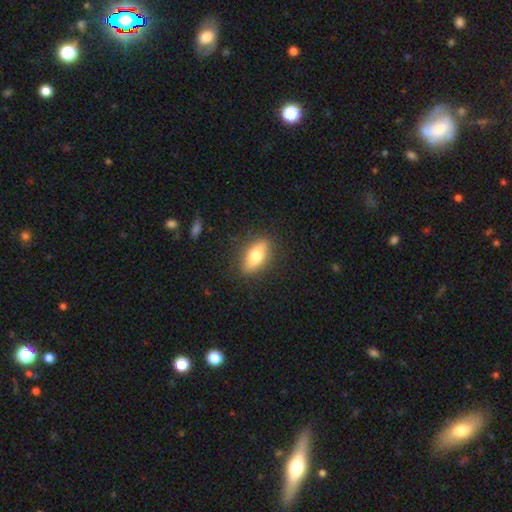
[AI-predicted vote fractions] The model was most divided on "smooth or featured": smooth: 68%, featured or disk: 25%, star or artifact: 7%. More confident: merging — none (86%); how rounded — in between (77%).